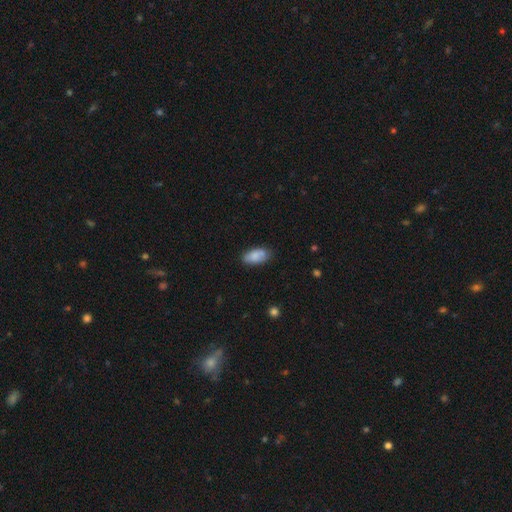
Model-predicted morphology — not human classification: Smooth or featured? smooth (81%)
How rounded? in between (92%)
Merging? none (73%)